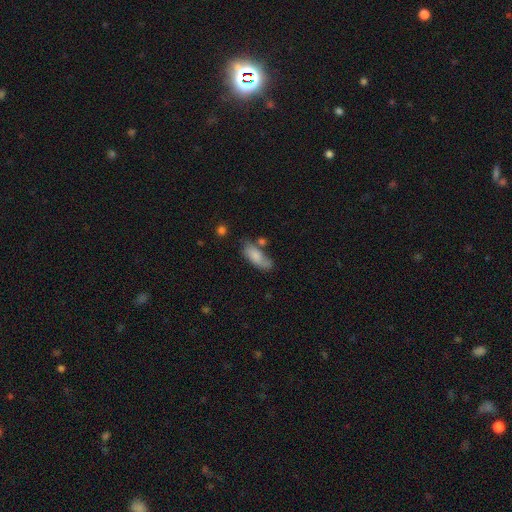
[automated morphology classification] The model was most divided on "merging": none: 51%, minor disturbance: 25%, merger: 13%, major disturbance: 11%. More confident: how rounded — in between (79%); smooth or featured — smooth (73%).